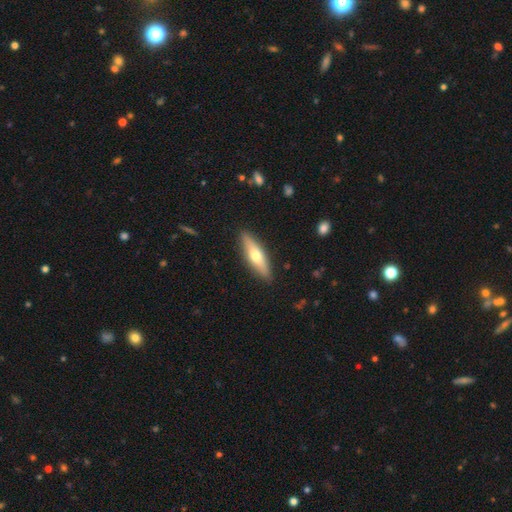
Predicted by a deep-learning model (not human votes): The model was most divided on "smooth or featured": smooth: 55%, featured or disk: 40%, star or artifact: 6%. More confident: merging — none (89%); how rounded — cigar-shaped (62%).